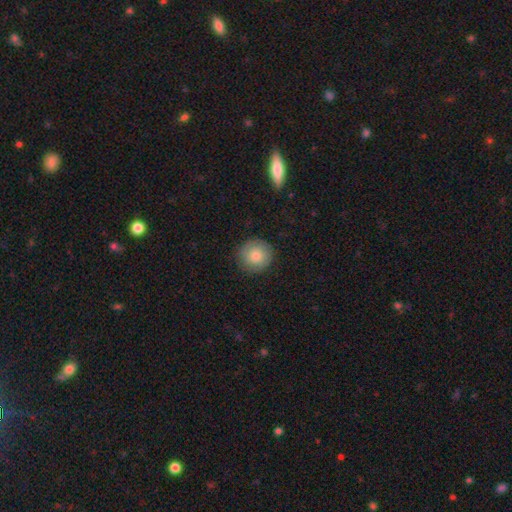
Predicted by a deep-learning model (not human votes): This is clearly a smooth galaxy (81%). How rounded: clearly round (94%). Merging: clearly none (87%).